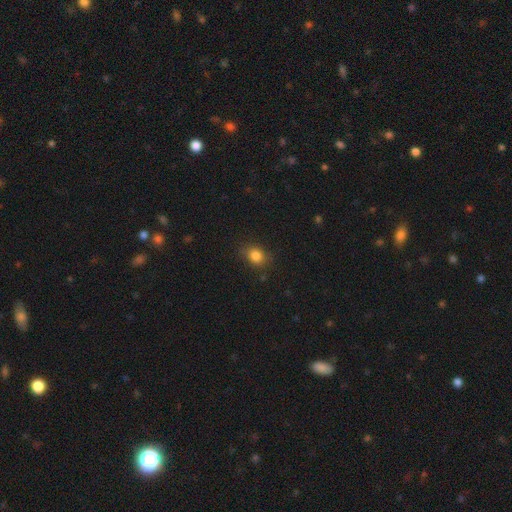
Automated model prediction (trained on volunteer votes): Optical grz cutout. It shows a smooth galaxy with no disk features (84%) that is round (52%). Merging: none (79%).